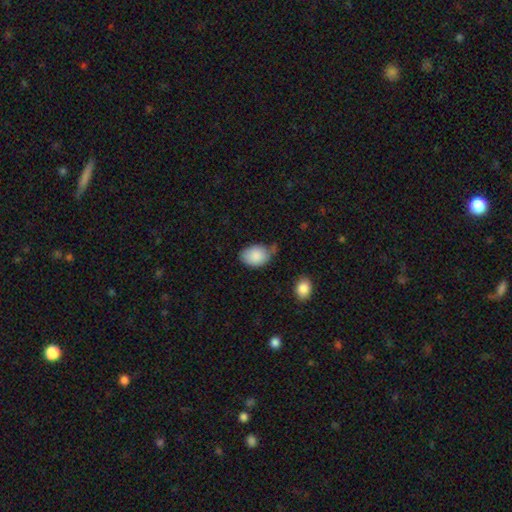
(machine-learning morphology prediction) This is clearly a smooth galaxy (88%). How rounded: likely in between (77%). Merging: possibly none (54%).